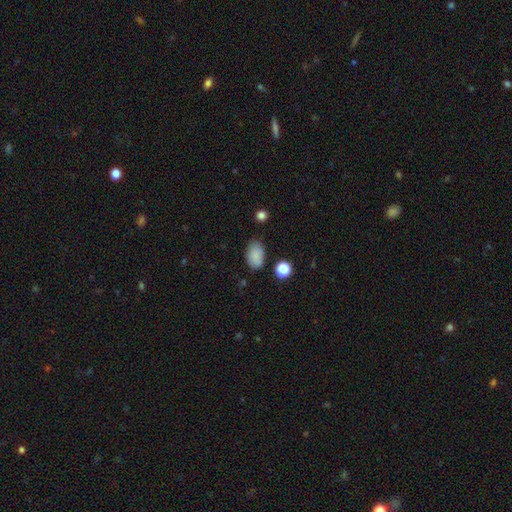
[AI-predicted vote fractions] smooth 85%, star or artifact 10%, featured or disk 5%. Down the decision tree: how rounded — in between (89%); merging — none (74%).